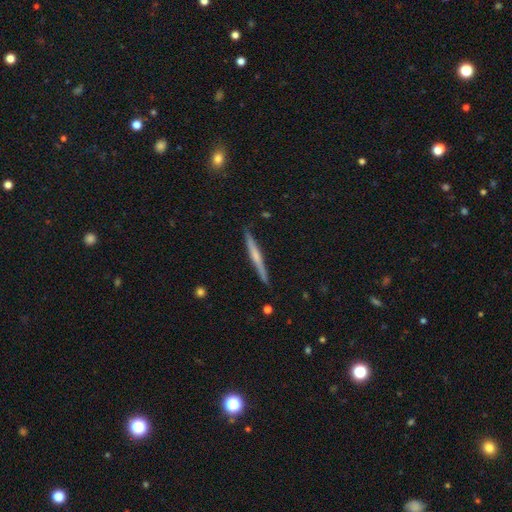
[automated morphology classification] Smooth or featured? Predicted: featured or disk (p=0.56). Edge-on disk? Predicted: yes (p=0.98). Edge-on bulge? Predicted: none (p=0.47). Merging? Predicted: none (p=0.89).